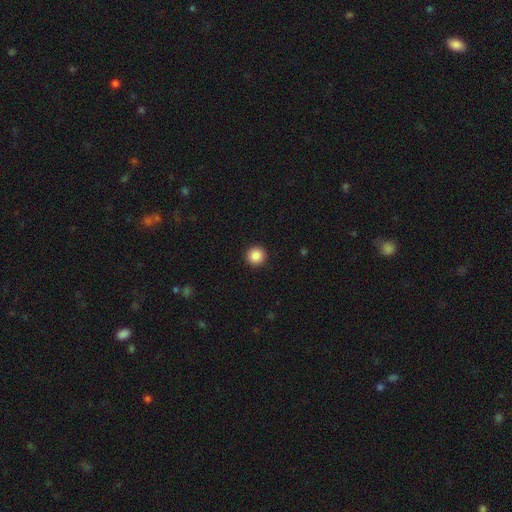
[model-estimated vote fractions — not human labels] smooth_or_featured: smooth (p=0.87) [alt: star or artifact p=0.09]
how_rounded: round (p=0.95) [alt: in between p=0.04]
merging: none (p=0.93) [alt: minor disturbance p=0.04]